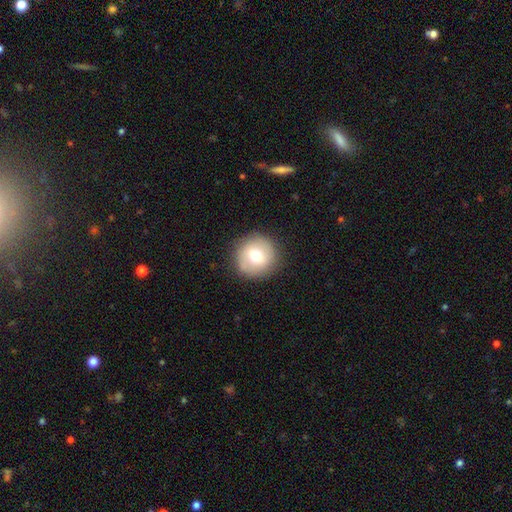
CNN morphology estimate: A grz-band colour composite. It shows a smooth galaxy with no disk features (70%) that is round (94%). Merging: none (89%).